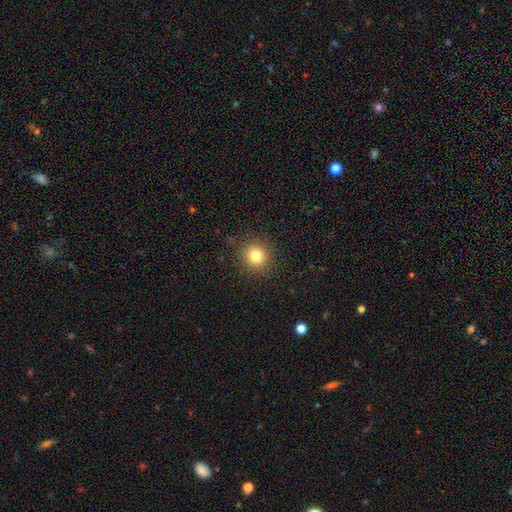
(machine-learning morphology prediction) Q: Smooth or featured?
A: smooth (80%); runner-up: star or artifact (13%)
Q: How rounded?
A: round (93%); runner-up: in between (6%)
Q: Merging?
A: none (90%); runner-up: minor disturbance (6%)